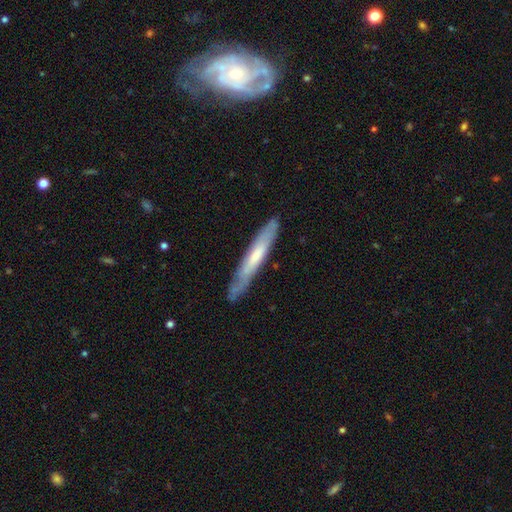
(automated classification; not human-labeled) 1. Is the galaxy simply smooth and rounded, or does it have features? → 49% featured or disk, 45% smooth, 5% star or artifact.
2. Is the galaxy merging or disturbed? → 81% none, 15% minor disturbance, 3% major disturbance, 1% merger.